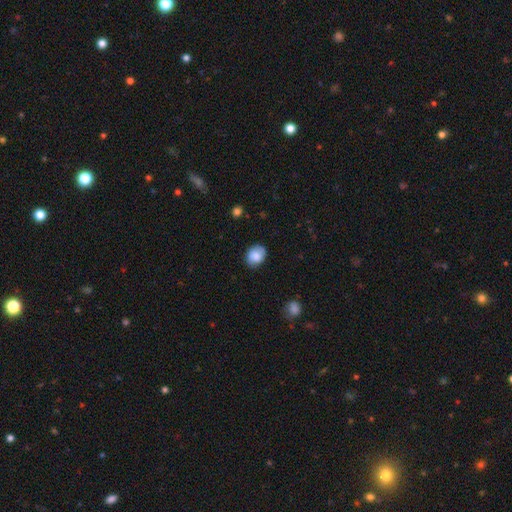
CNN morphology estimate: Smooth or featured?
  - smooth: 82% *
  - featured or disk: 10%
  - star or artifact: 8%
How rounded?
  - in between: 52% *
  - round: 47%
  - cigar-shaped: 1%
Merging?
  - none: 80% *
  - minor disturbance: 16%
  - major disturbance: 3%
  - merger: 1%